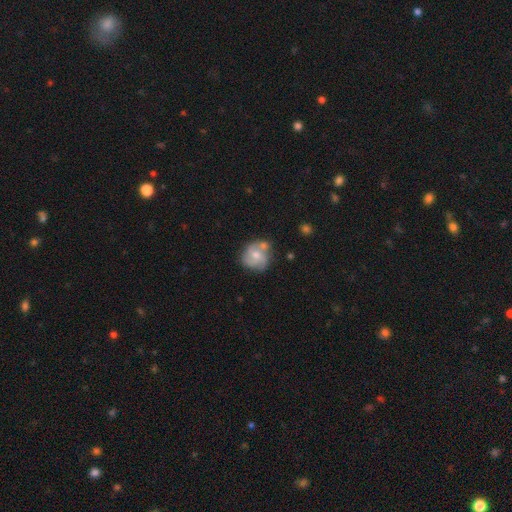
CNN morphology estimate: smooth-or-featured: featured or disk: 51% | smooth: 42% | star or artifact: 7%
  disk-edge-on: no: 97% | yes: 3%
  merging: none: 51% | merger: 22% | minor disturbance: 20% | major disturbance: 8%